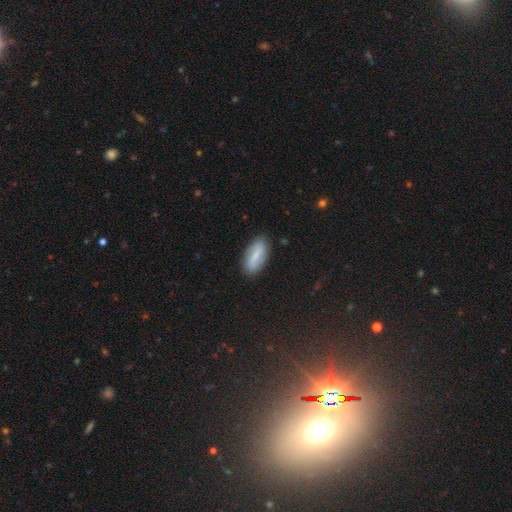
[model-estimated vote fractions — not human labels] smooth_or_featured: smooth (p=0.64) [alt: featured or disk p=0.30]
how_rounded: in between (p=0.84) [alt: cigar-shaped p=0.13]
merging: none (p=0.86) [alt: minor disturbance p=0.11]